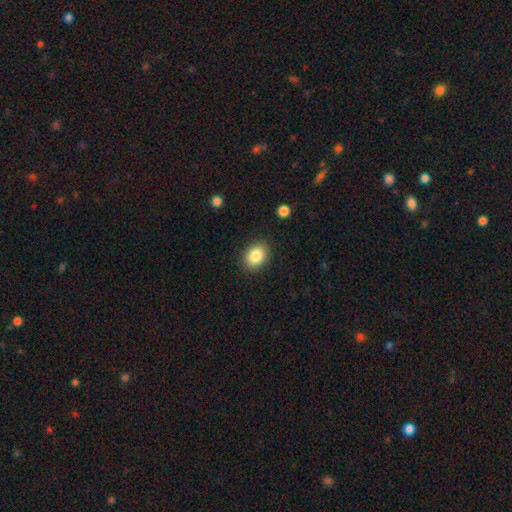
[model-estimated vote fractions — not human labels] Smooth or featured? Predicted: smooth (p=0.85). How rounded? Predicted: in between (p=0.72). Merging? Predicted: none (p=0.87).